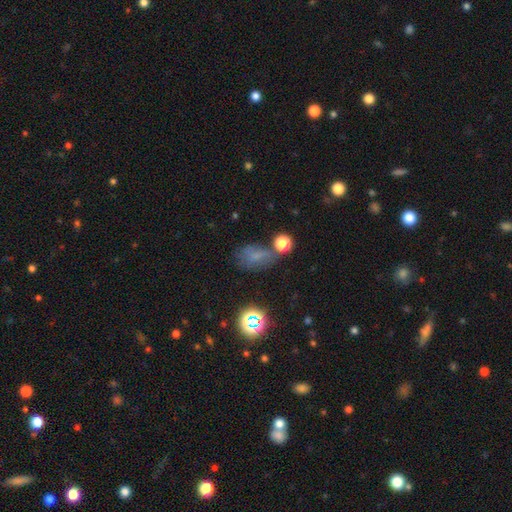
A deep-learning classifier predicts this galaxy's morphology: type=smooth (52%); roundness=in between (73%); merging=none (43%).